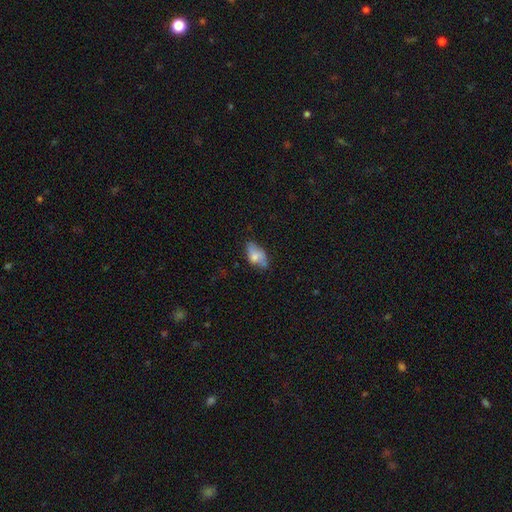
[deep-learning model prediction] Smooth or featured? Predicted: smooth (p=0.63). How rounded? Predicted: in between (p=0.89). Merging? Predicted: none (p=0.48).